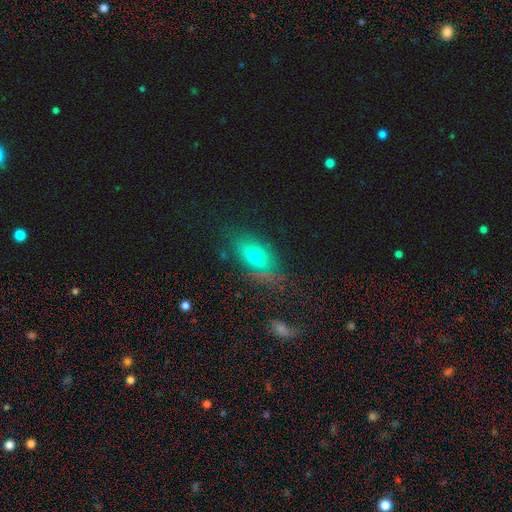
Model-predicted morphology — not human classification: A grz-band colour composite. It shows a smooth galaxy with no disk features (66%) that is in between round and cigar-shaped (82%). Merging: none (79%).